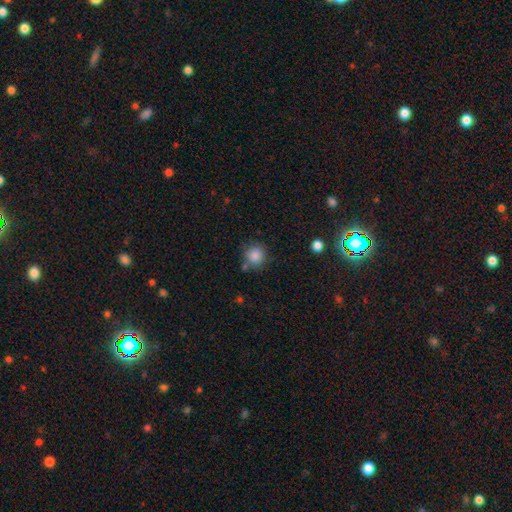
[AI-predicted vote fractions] smooth 86%, star or artifact 10%, featured or disk 5%. Down the decision tree: how rounded — round (92%); merging — none (76%).